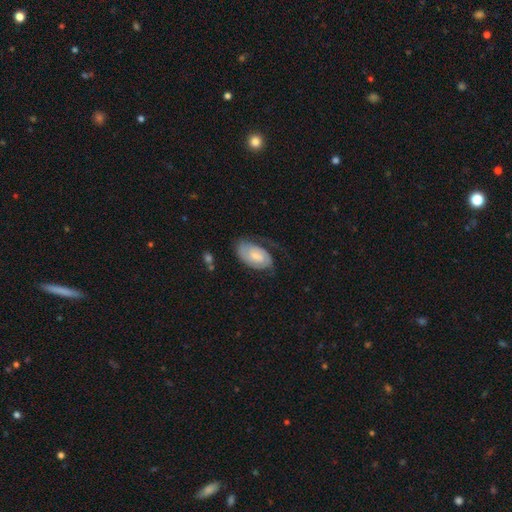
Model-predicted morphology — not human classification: This is likely a featured or disk galaxy (68%). It is clearly not viewed edge-on (96%). Bar: possibly no (52%). Spiral arm pattern: clearly yes (91%). Spiral arm count: possibly 2 (59%). Spiral winding: possibly tight (57%). Central bulge: possibly small (55%). Merging: possibly none (56%).